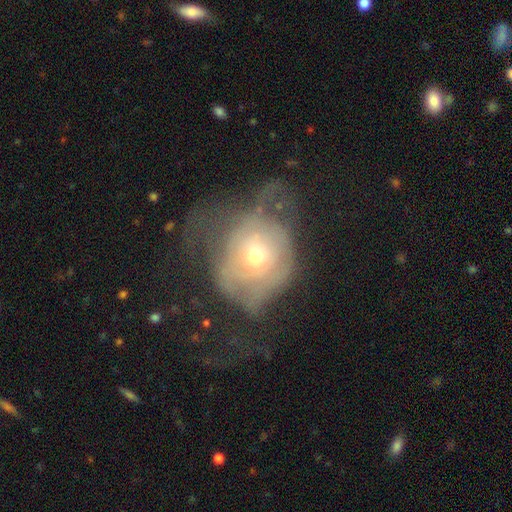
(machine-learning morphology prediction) Overall: featured or disk (54%; smooth 36%). Edge-on disk: no (95%). Bar: no (85%). Spiral arms: no (60%; yes 40%). Bulge size: moderate (48%; small 46%). Merging: major disturbance (47%; none 28%).